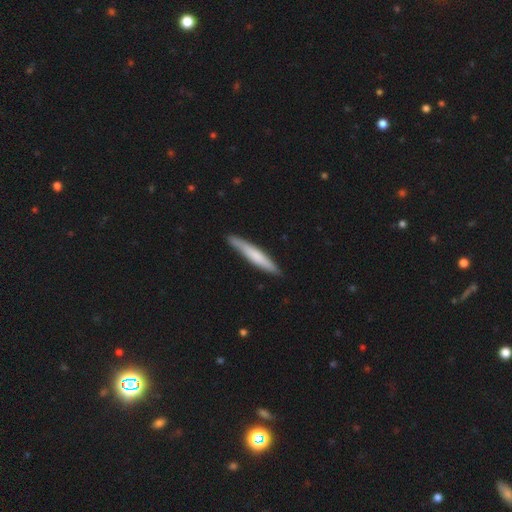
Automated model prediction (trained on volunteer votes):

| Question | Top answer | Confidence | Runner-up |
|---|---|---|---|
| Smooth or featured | smooth | 64% | featured or disk (31%) |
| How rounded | cigar-shaped | 94% | in between (5%) |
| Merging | none | 87% | minor disturbance (10%) |